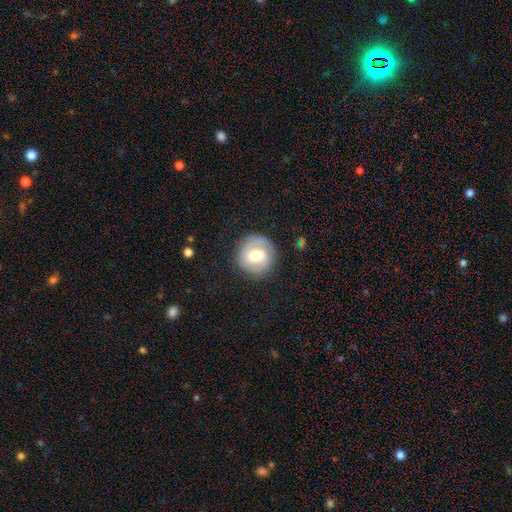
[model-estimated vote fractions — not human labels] The model was most divided on "smooth or featured": featured or disk: 57%, smooth: 36%, star or artifact: 7%. More confident: edge-on disk — no (97%); merging — none (83%); spiral arms — yes (76%); bulge size — moderate (66%); bar — weak (51%).